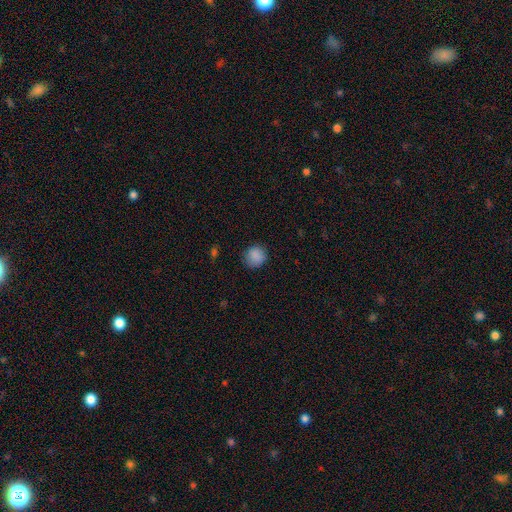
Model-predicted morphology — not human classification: Smooth or featured? Predicted: smooth (p=0.87). How rounded? Predicted: round (p=0.87). Merging? Predicted: none (p=0.82).